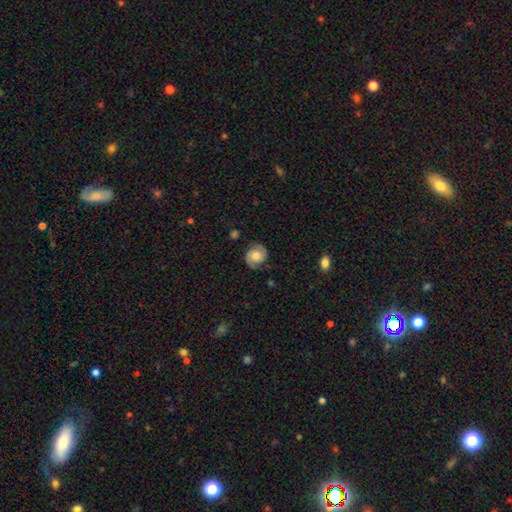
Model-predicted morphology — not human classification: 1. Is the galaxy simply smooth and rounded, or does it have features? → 59% featured or disk, 33% smooth, 8% star or artifact.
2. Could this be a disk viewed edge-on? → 97% no, 3% yes.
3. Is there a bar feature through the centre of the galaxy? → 68% no, 27% weak, 5% strong.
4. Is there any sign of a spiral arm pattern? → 91% yes, 9% no.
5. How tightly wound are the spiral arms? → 43% medium, 42% tight, 14% loose.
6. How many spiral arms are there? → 88% 2, 6% can't tell, 2% 1, 1% 3, 1% 4, 1% more than 4.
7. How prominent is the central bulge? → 59% moderate, 18% small, 17% large, 4% none, 2% dominant.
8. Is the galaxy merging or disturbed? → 82% none, 13% minor disturbance, 4% major disturbance, 1% merger.